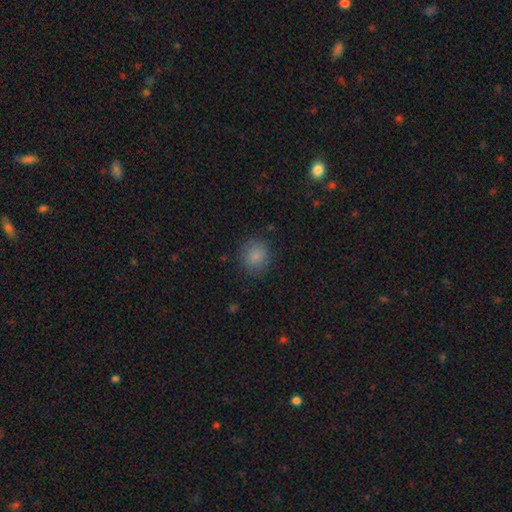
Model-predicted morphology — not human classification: A smooth galaxy with no disk features (85%) that is round (82%).

Vote fractions:
- Smooth or featured? smooth: 85% / star or artifact: 9% / featured or disk: 6%
- How rounded? round: 82% / in between: 17% / cigar-shaped: 1%
- Merging? none: 83% / minor disturbance: 12% / major disturbance: 4% / merger: 1%